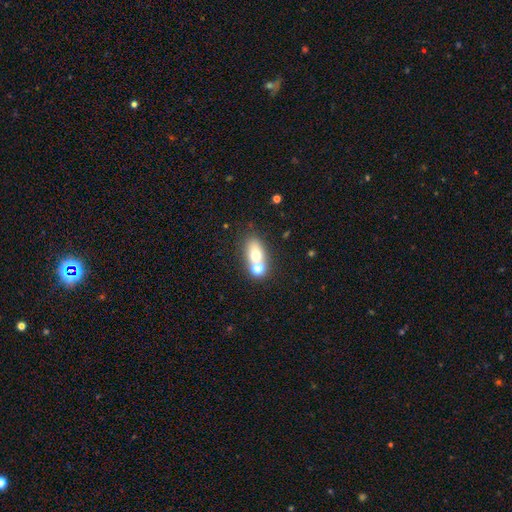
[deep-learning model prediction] Morphology: type=smooth (65%); roundness=in between (72%); merging=merger (43%, tied with none).